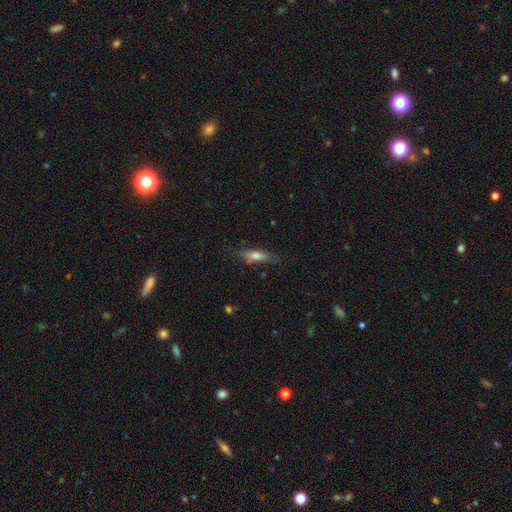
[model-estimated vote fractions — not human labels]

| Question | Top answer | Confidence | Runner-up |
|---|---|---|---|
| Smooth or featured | smooth | 60% | featured or disk (32%) |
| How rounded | cigar-shaped | 61% | in between (36%) |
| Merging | none | 76% | minor disturbance (18%) |